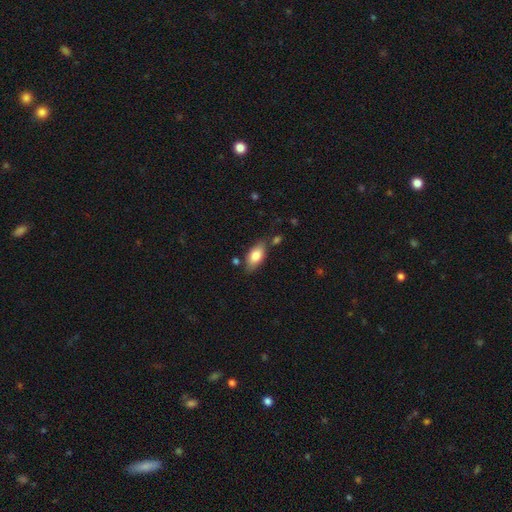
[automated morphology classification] This is likely a smooth galaxy (79%). How rounded: clearly in between (88%). Merging: likely none (72%).